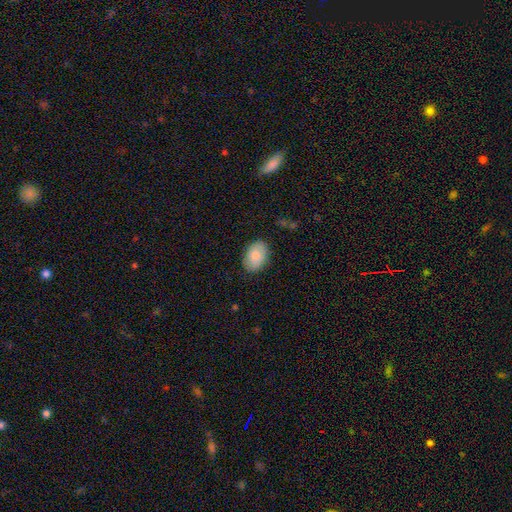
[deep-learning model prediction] A smooth galaxy with no disk features (83%) that is in between round and cigar-shaped (87%).

Vote fractions:
- Smooth or featured? smooth: 83% / featured or disk: 11% / star or artifact: 6%
- How rounded? in between: 87% / round: 12% / cigar-shaped: 1%
- Merging? none: 85% / minor disturbance: 11% / major disturbance: 2% / merger: 1%